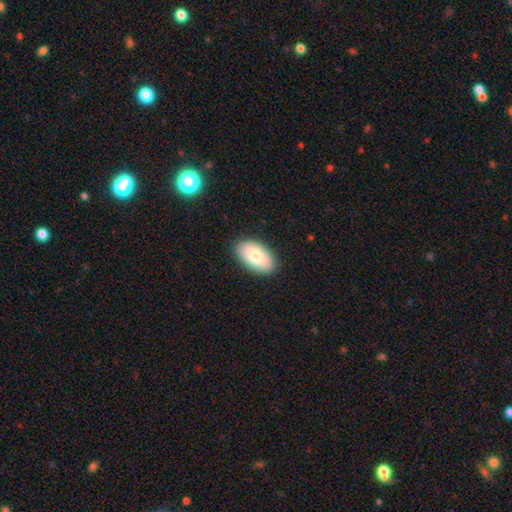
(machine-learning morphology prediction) Q: Smooth or featured?
A: smooth (80%); runner-up: featured or disk (14%)
Q: How rounded?
A: in between (95%); runner-up: round (3%)
Q: Merging?
A: none (88%); runner-up: minor disturbance (9%)